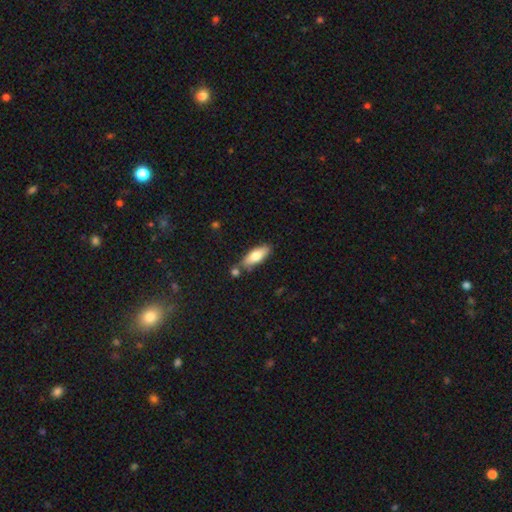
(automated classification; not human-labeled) Smooth or featured? smooth (73%)
How rounded? in between (66%)
Merging? none (71%)